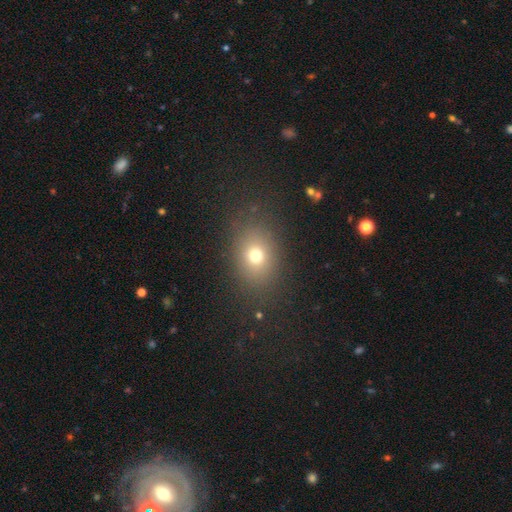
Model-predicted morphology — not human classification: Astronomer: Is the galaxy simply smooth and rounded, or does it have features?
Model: smooth — 72%.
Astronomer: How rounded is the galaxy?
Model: in between — 58% (runner-up: round, 41%).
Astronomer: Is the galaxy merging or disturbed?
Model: none — 82%.